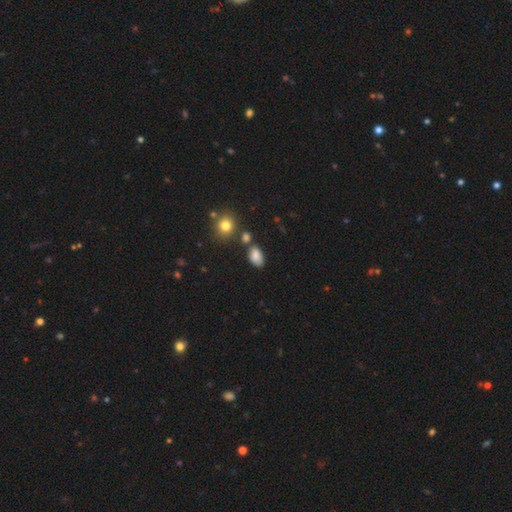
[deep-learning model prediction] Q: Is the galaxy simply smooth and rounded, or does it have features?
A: smooth — 84%.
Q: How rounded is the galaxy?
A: in between — 90%.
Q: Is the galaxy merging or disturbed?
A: none — 67%.